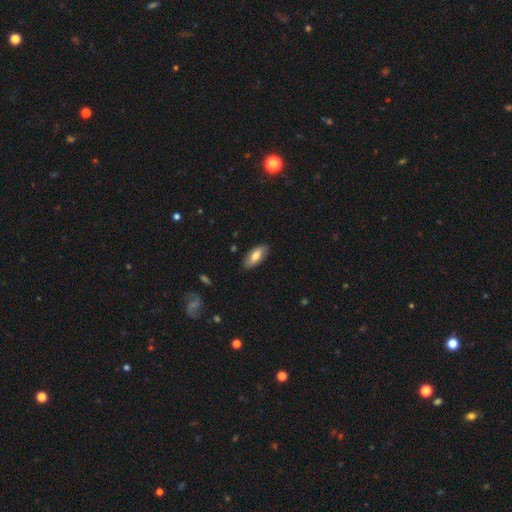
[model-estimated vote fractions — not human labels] smooth 71%, featured or disk 23%, star or artifact 6%. Down the decision tree: how rounded — in between (87%); merging — none (87%).